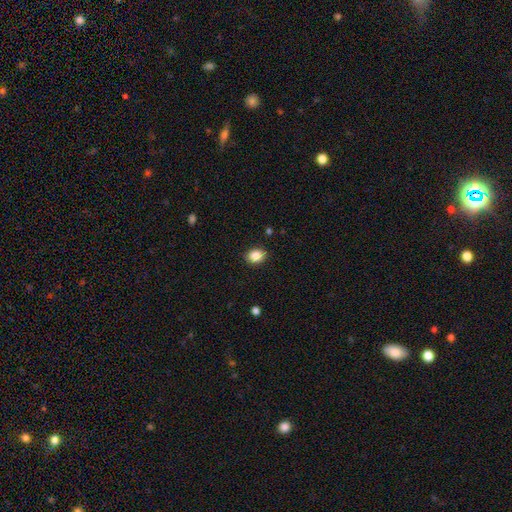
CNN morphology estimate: Overall: smooth (87%). How rounded: in between (61%; round 38%). Merging: none (88%).